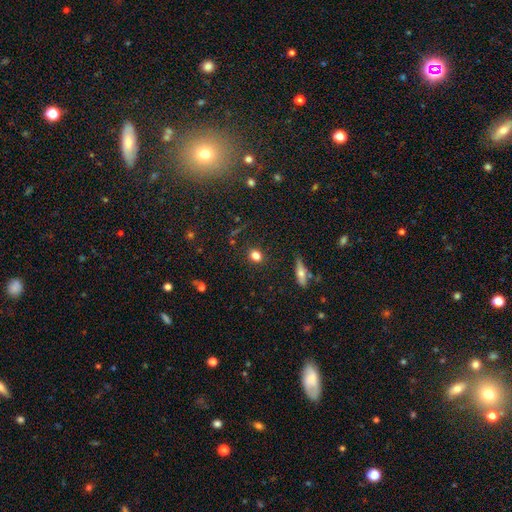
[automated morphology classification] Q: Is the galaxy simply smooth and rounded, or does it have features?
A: smooth — 80%.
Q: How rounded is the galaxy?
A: round — 65%.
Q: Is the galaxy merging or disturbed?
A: none — 87%.